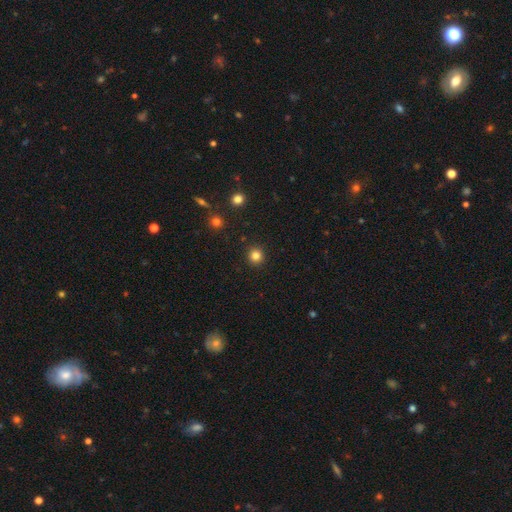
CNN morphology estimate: Overall: smooth (83%). How rounded: round (94%). Merging: none (92%).